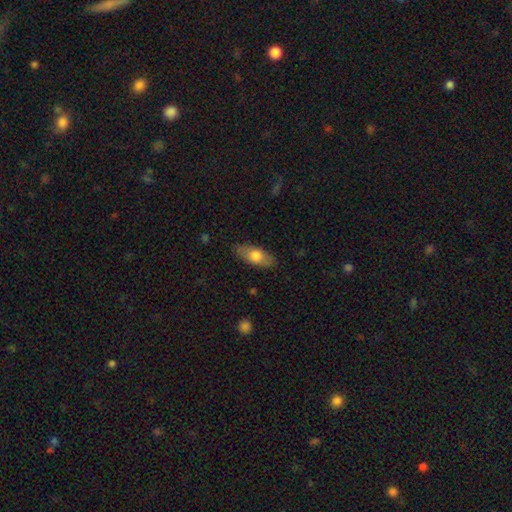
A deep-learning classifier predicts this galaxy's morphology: Overall: smooth (72%). How rounded: in between (83%). Merging: none (82%).